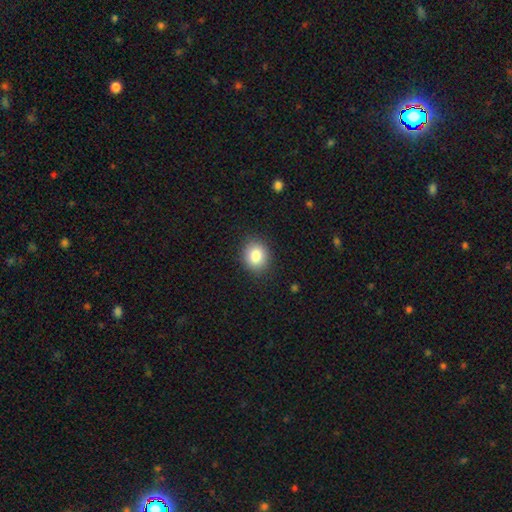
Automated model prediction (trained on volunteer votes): Smooth or featured: smooth — 84% (star or artifact — 9%)
How rounded: round — 64% (in between — 35%)
Merging: none — 88% (minor disturbance — 9%)